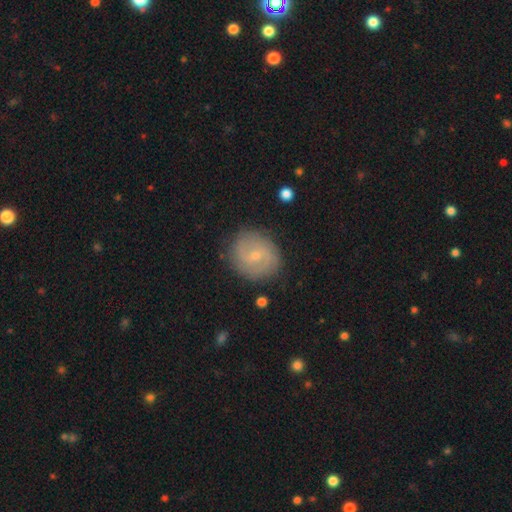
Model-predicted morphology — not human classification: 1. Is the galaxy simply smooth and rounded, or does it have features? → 65% featured or disk, 28% smooth, 7% star or artifact.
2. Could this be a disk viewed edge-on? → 97% no, 3% yes.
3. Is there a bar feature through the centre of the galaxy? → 57% weak, 32% no, 11% strong.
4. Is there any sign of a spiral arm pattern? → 86% yes, 14% no.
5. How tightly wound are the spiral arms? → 45% medium, 34% tight, 21% loose.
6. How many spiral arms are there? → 76% 2, 15% can't tell, 4% 3, 2% 1, 2% 4, 2% more than 4.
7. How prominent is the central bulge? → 69% small, 25% moderate, 3% none, 1% large, 1% dominant.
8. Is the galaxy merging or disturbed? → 83% none, 12% minor disturbance, 3% major disturbance, 1% merger.